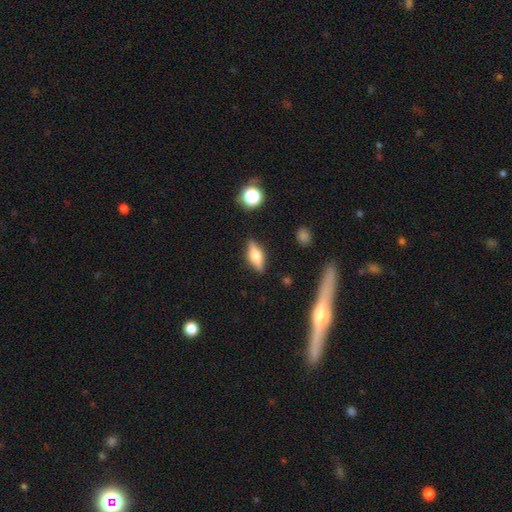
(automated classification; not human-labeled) The model was most divided on "smooth or featured": featured or disk: 51%, smooth: 40%, star or artifact: 8%. More confident: edge-on disk — yes (93%); merging — none (86%).